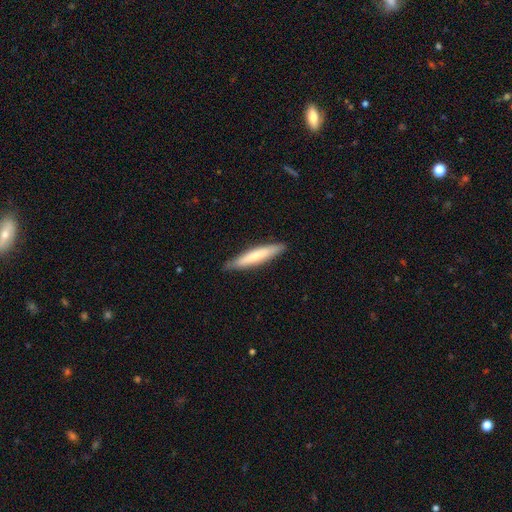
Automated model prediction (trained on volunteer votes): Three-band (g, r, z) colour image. It shows a smooth galaxy with no disk features (67%) that is cigar-shaped (90%). Merging: none (86%).